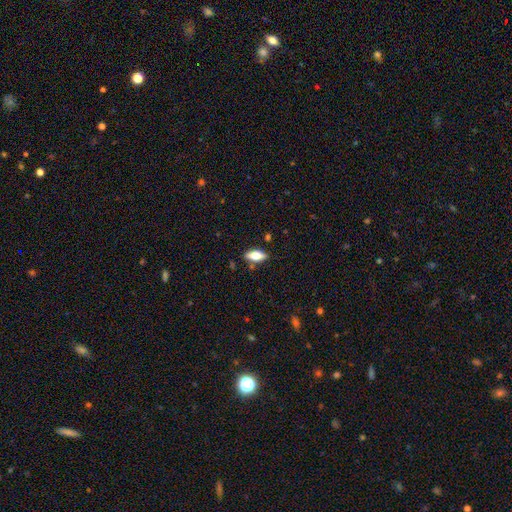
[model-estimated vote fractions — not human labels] Overall: smooth (66%; featured or disk 27%). How rounded: in between (79%). Merging: none (83%).